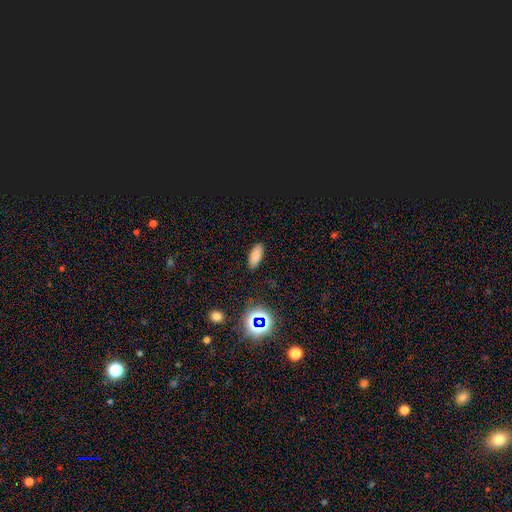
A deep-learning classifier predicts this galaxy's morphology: The model was most divided on "smooth or featured": smooth: 81%, star or artifact: 13%, featured or disk: 6%. More confident: merging — none (88%); how rounded — in between (85%).